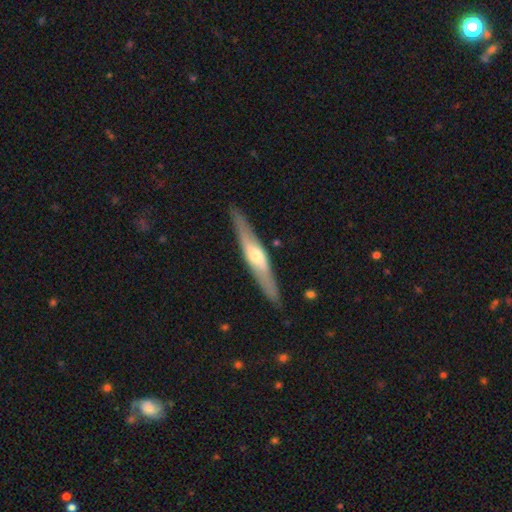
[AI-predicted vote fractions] A featured or disk galaxy (62%) viewed edge-on (88%) with a rounded central bulge (82%).

Vote fractions:
- Smooth or featured? featured or disk: 62% / smooth: 33% / star or artifact: 5%
- Edge-on disk? yes: 88% / no: 12%
- Edge-on bulge? rounded: 82% / none: 11% / boxy: 6%
- Merging? none: 86% / minor disturbance: 10% / major disturbance: 2% / merger: 2%